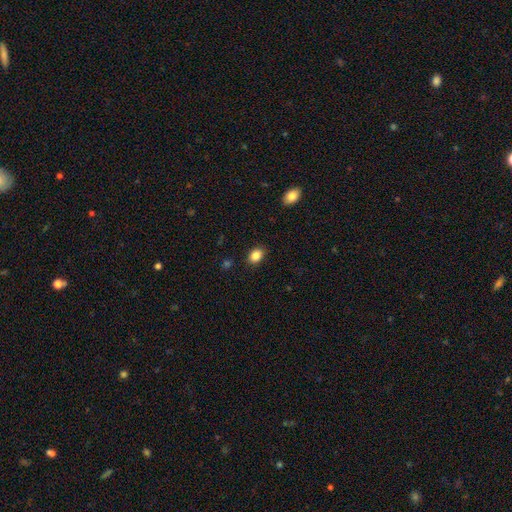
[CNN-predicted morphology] Overall: smooth (86%). How rounded: in between (72%). Merging: none (88%).